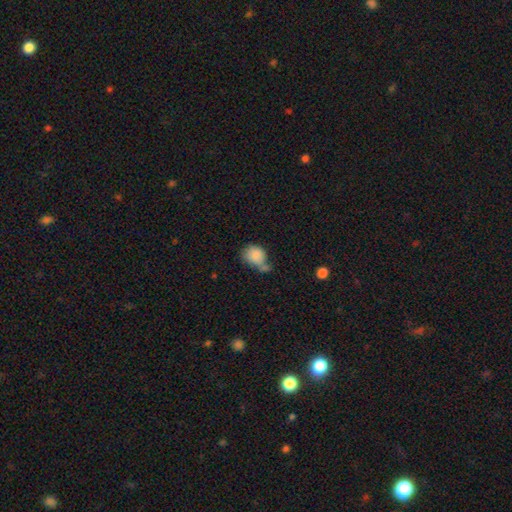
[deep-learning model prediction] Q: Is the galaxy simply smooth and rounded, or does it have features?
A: smooth — 82%.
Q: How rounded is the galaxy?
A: round — 52%.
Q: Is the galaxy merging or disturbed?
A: none — 34%.